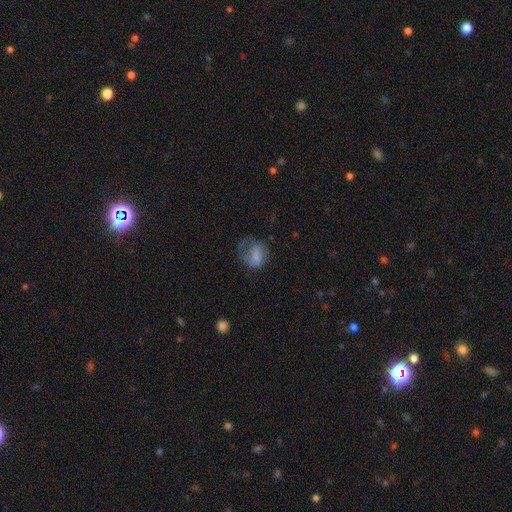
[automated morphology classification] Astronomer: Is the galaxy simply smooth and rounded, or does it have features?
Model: smooth — 65%.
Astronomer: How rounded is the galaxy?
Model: in between — 56% (runner-up: round, 42%).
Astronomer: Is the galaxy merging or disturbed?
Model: major disturbance — 42% (runner-up: none, 31%).